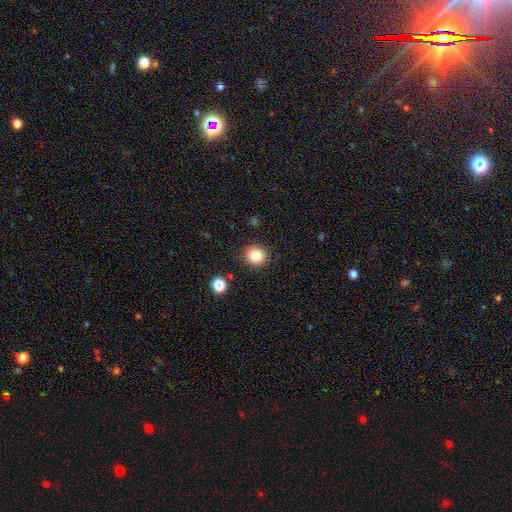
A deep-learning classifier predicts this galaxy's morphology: Smooth or featured: smooth — 82% (star or artifact — 12%)
How rounded: round — 89% (in between — 10%)
Merging: none — 89% (minor disturbance — 7%)